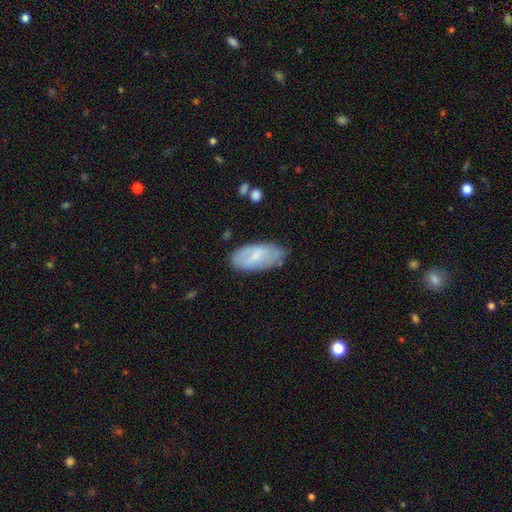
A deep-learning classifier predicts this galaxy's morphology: Smooth or featured? Predicted: smooth (p=0.58). How rounded? Predicted: in between (p=0.91). Merging? Predicted: none (p=0.69).